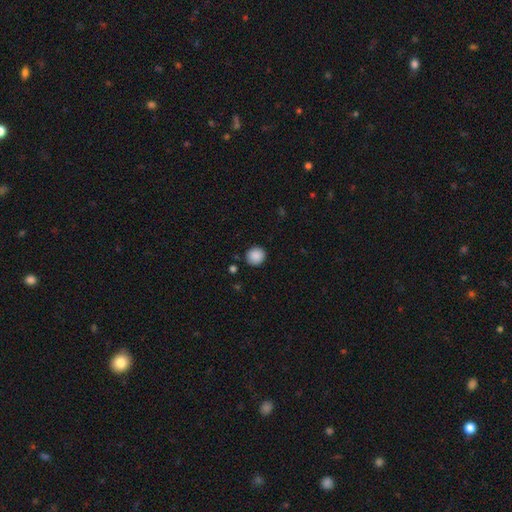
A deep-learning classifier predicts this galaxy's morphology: type=smooth (89%); roundness=round (90%); merging=none (89%).